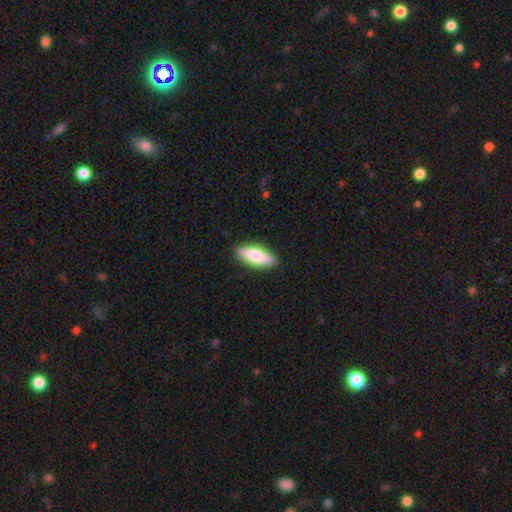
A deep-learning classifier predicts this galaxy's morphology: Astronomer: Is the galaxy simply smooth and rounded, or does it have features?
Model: smooth — 75%.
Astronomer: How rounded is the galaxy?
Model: in between — 70%.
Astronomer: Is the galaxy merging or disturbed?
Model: none — 89%.